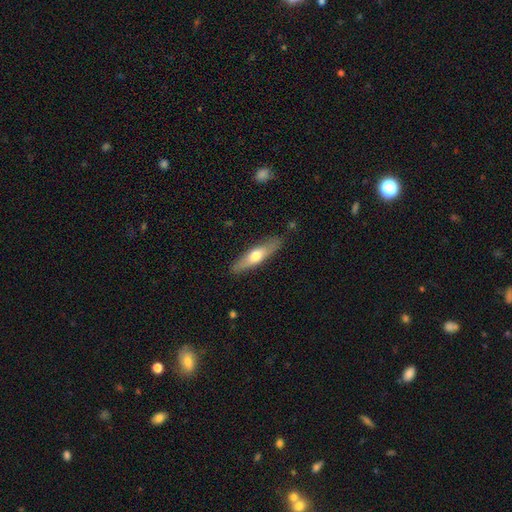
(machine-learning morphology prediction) type=smooth (51%); roundness=cigar-shaped (74%); merging=none (87%).